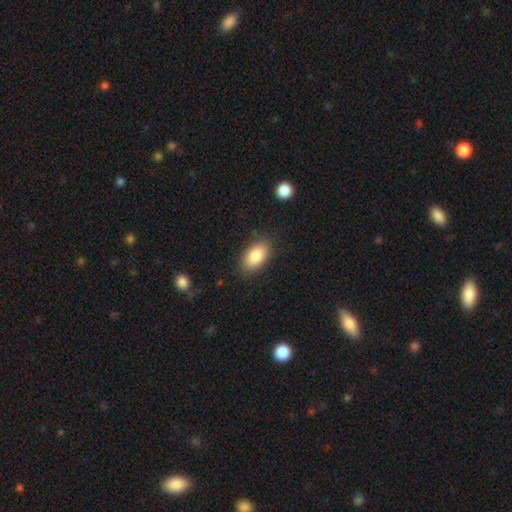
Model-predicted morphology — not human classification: Smooth or featured? smooth (86%)
How rounded? in between (93%)
Merging? none (84%)